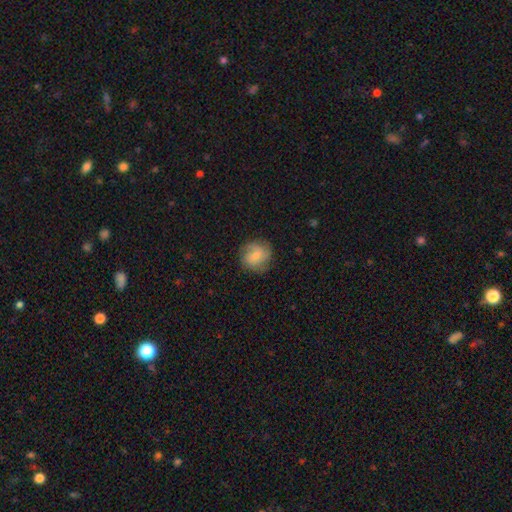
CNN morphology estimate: Smooth or featured: smooth — 58% (featured or disk — 34%)
How rounded: round — 85% (in between — 14%)
Merging: none — 77% (minor disturbance — 16%)